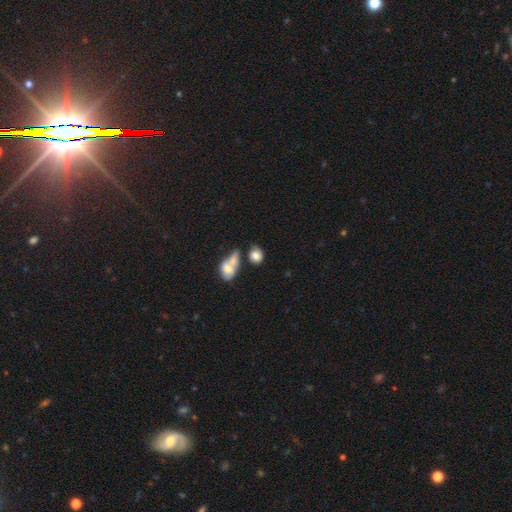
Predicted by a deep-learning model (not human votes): Morphology: type=smooth (78%); roundness=in between (53%); merging=merger (41%).